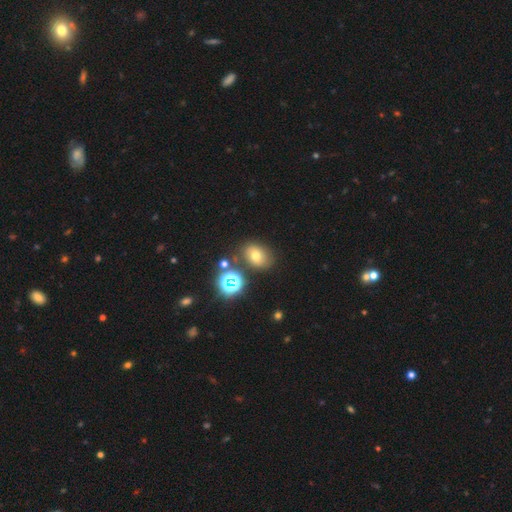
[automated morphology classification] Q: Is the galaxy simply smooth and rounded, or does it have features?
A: smooth — 63%.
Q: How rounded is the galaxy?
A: in between — 63%.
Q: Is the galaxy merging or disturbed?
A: none — 75%.